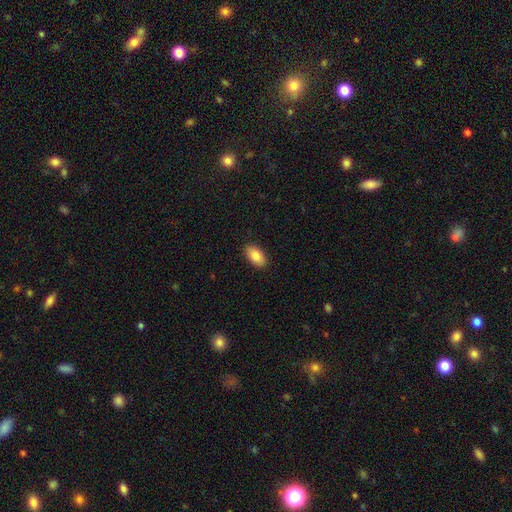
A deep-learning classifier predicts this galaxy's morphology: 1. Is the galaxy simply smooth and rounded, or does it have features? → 86% smooth, 8% featured or disk, 7% star or artifact.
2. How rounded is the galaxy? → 94% in between, 4% round, 3% cigar-shaped.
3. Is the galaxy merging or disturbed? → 90% none, 7% minor disturbance, 2% major disturbance, 1% merger.